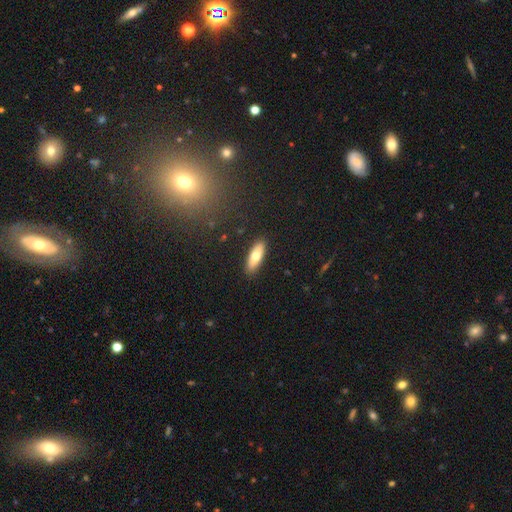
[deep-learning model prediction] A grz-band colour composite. It shows a smooth galaxy with no disk features (71%) that is in between round and cigar-shaped (63%). Merging: none (89%).